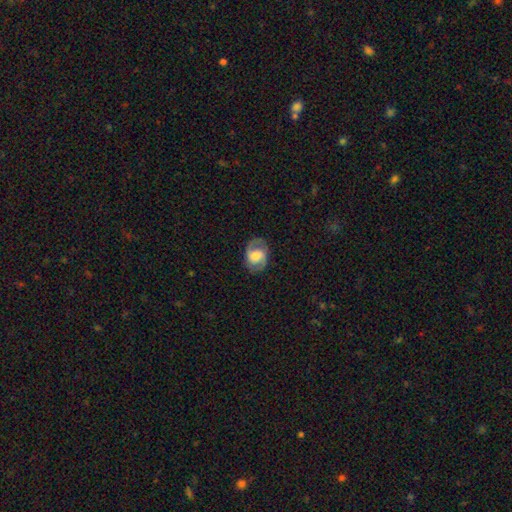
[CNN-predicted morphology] smooth-or-featured: featured or disk: 64% | smooth: 29% | star or artifact: 7%
  disk-edge-on: no: 97% | yes: 3%
    bar: no: 43% (tied) | weak: 43% (tied) | strong: 14%
    has-spiral-arms: yes: 86% | no: 14%
      spiral-winding: medium: 50% | tight: 28% | loose: 22%
      spiral-arm-count: 2: 86% | can't tell: 7% | 1: 3% | 3: 2% | 4: 1% | more than 4: 1%
    bulge-size: moderate: 44% | large: 26% | small: 21% | none: 6% | dominant: 3%
  merging: none: 77% | minor disturbance: 16% | major disturbance: 7% | merger: 1%